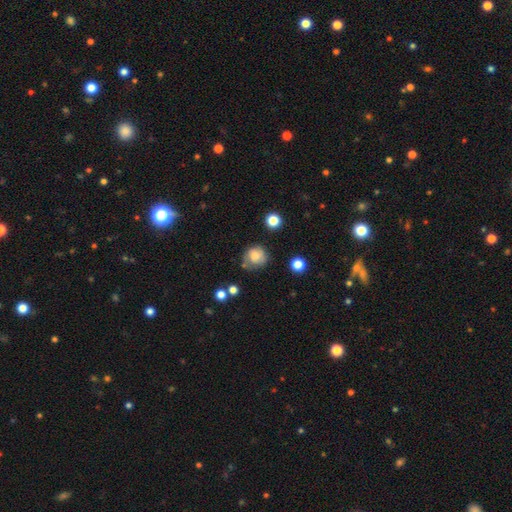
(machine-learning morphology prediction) This is likely a smooth galaxy (67%). How rounded: clearly round (82%). Merging: likely none (61%).